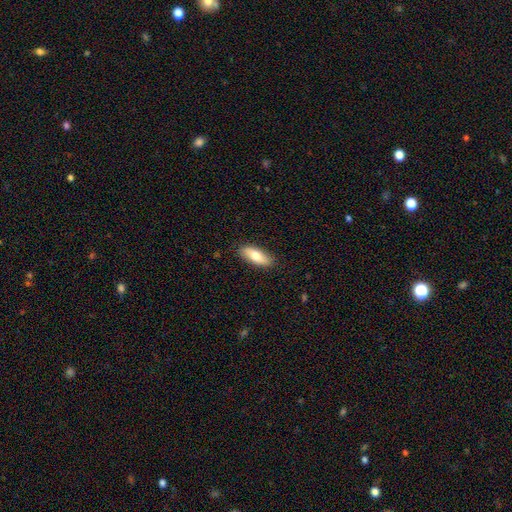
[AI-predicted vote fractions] Overall: smooth (73%). How rounded: in between (76%). Merging: none (86%).